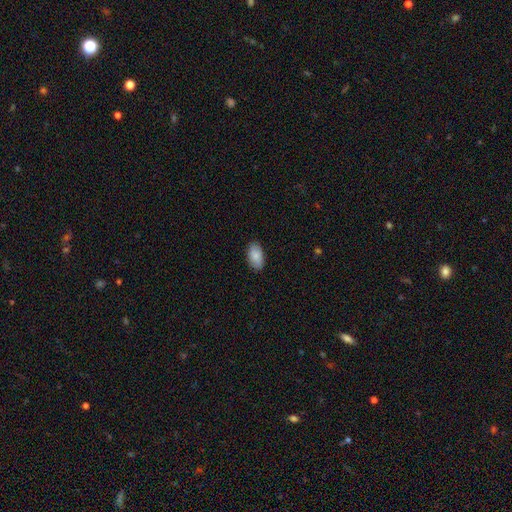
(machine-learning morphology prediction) smooth_or_featured: smooth (p=0.87) [alt: featured or disk p=0.06]
how_rounded: in between (p=0.94) [alt: round p=0.03]
merging: none (p=0.87) [alt: minor disturbance p=0.10]